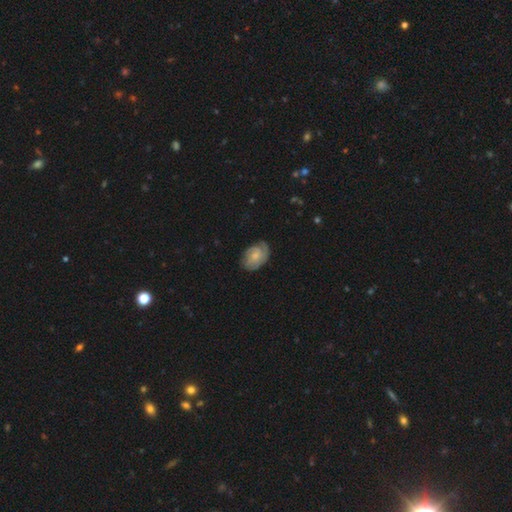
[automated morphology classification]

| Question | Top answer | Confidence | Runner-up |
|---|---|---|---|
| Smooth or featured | featured or disk | 58% | smooth (36%) |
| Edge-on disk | no | 96% | yes (4%) |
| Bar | no | 70% | weak (26%) |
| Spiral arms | yes | 88% | no (12%) |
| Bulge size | small | 44% | moderate (39%) |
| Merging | none | 69% | minor disturbance (23%) |